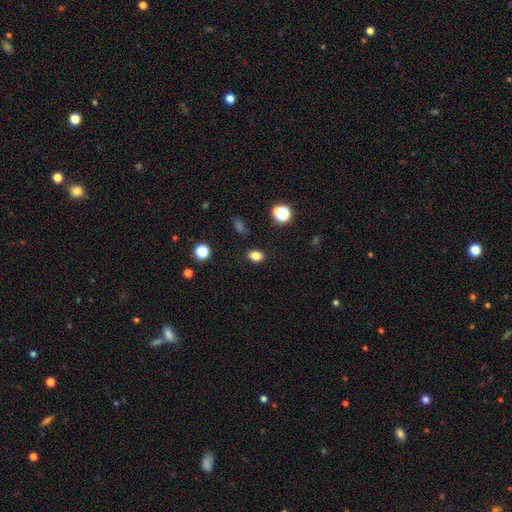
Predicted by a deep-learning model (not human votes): This appears to be a smooth galaxy with no disk features (81%) that is in between round and cigar-shaped (60%). Merging: none (87%).